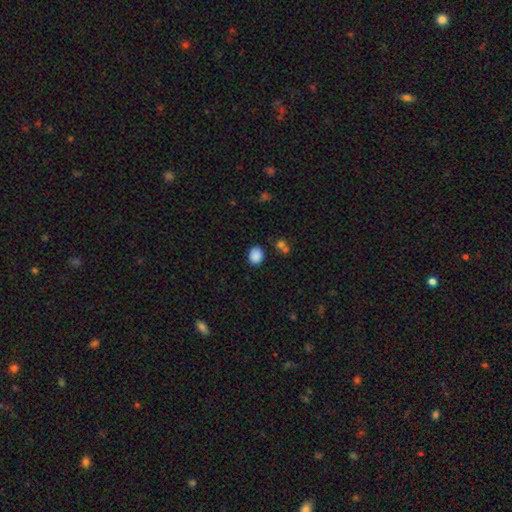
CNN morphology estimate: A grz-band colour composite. It shows a smooth galaxy with no disk features (86%) that is round (55%). Merging: none (79%).